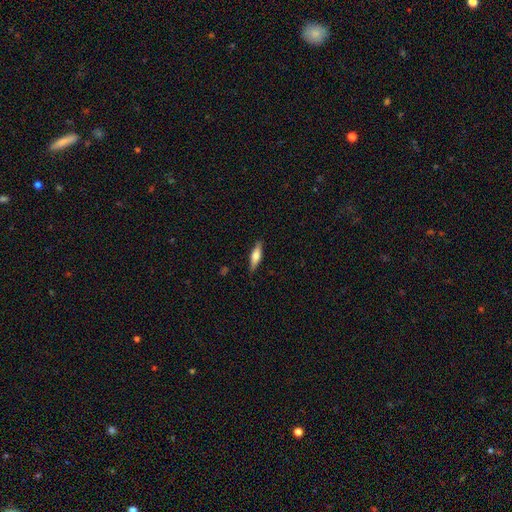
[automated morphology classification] A smooth galaxy with no disk features (55%) that is cigar-shaped (60%). Merging: none (85%).